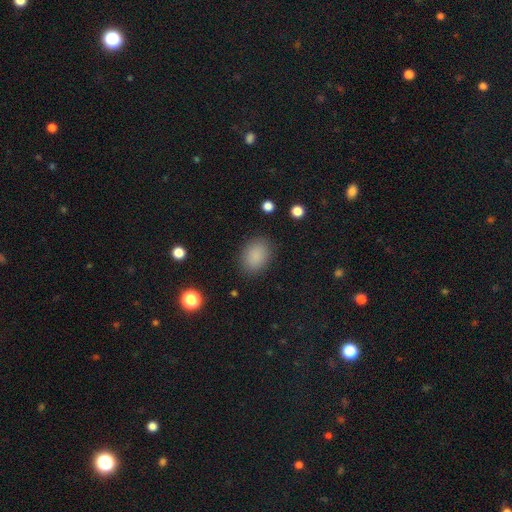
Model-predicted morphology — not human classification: smooth-or-featured: smooth: 86% | star or artifact: 10% | featured or disk: 4%
  how-rounded: in between: 70% | round: 28% | cigar-shaped: 1%
  merging: none: 86% | minor disturbance: 9% | major disturbance: 3% | merger: 1%